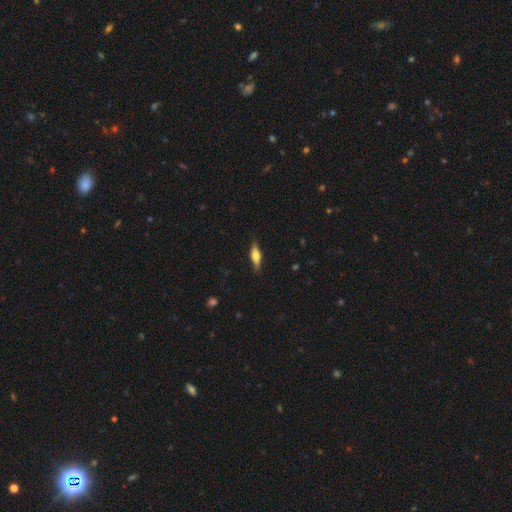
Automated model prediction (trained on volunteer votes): Smooth or featured? Predicted: smooth (p=0.59). How rounded? Predicted: in between (p=0.49). Merging? Predicted: none (p=0.81).